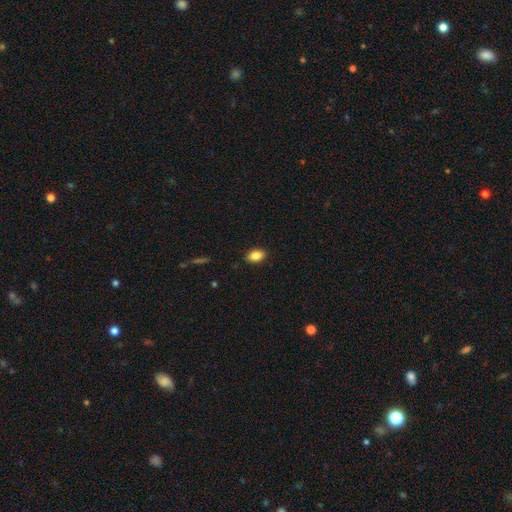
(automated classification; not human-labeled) This is clearly a smooth galaxy (87%). How rounded: clearly in between (87%). Merging: clearly none (88%).